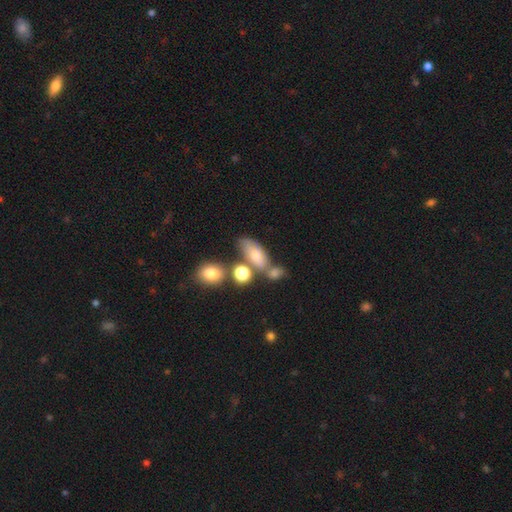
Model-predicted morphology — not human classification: Smooth or featured? smooth (65%)
How rounded? in between (77%)
Merging? none (49%)